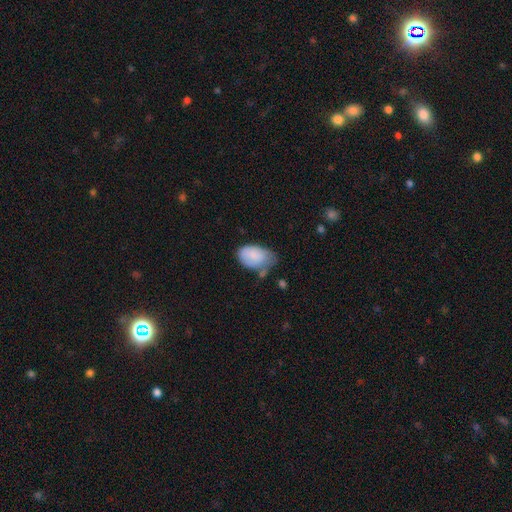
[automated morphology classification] smooth 81%, featured or disk 12%, star or artifact 7%. Down the decision tree: how rounded — in between (89%); merging — minor disturbance (41%).